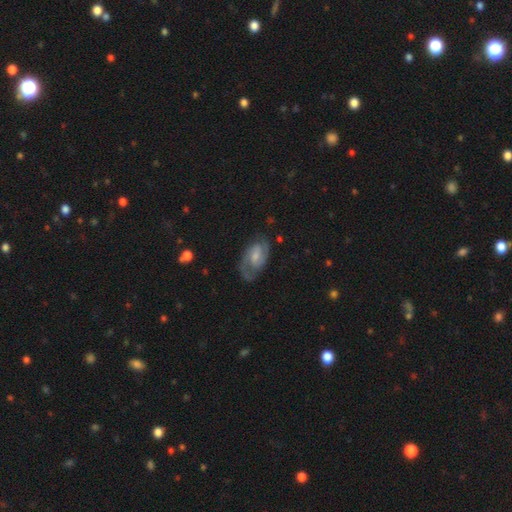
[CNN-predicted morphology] This is likely a featured or disk galaxy (78%). It is clearly not viewed edge-on (97%). Bar: possibly weak (51%). Spiral arm pattern: clearly yes (93%). Spiral arm count: clearly 2 (83%). Spiral winding: possibly medium (51%). Central bulge: marginally small (41%). Merging: likely none (69%).